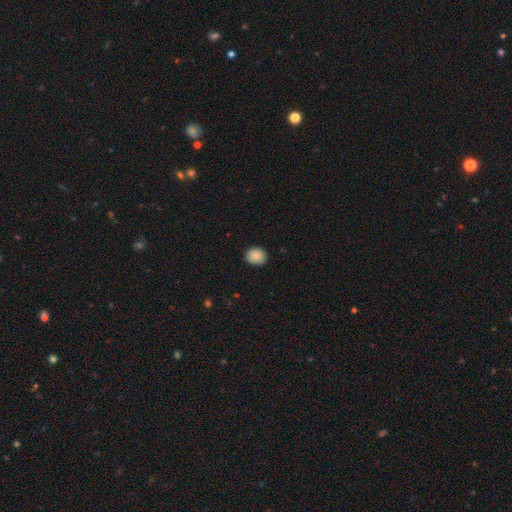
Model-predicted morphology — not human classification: smooth-or-featured: smooth: 87% | star or artifact: 8% | featured or disk: 5%
  how-rounded: round: 71% | in between: 28% | cigar-shaped: 1%
  merging: none: 88% | minor disturbance: 10% | major disturbance: 2% | merger: 1%